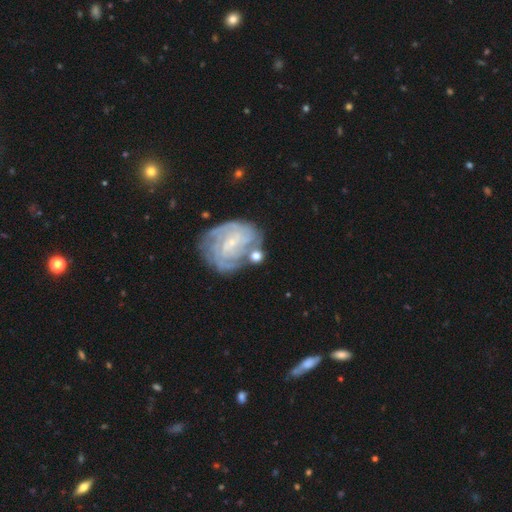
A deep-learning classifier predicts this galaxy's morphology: This appears to be a featured or disk galaxy (68%) with no bar (60%), tight (66%) spiral arms (87%) and a small central bulge (76%). Merging: none (55%).